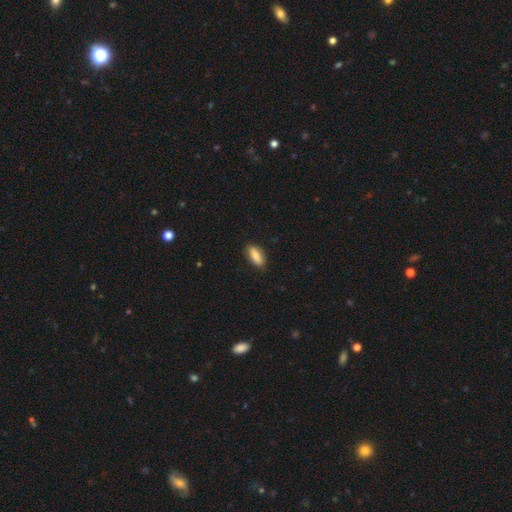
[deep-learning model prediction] A smooth galaxy with no disk features (82%) that is in between round and cigar-shaped (81%). Merging: none (85%).